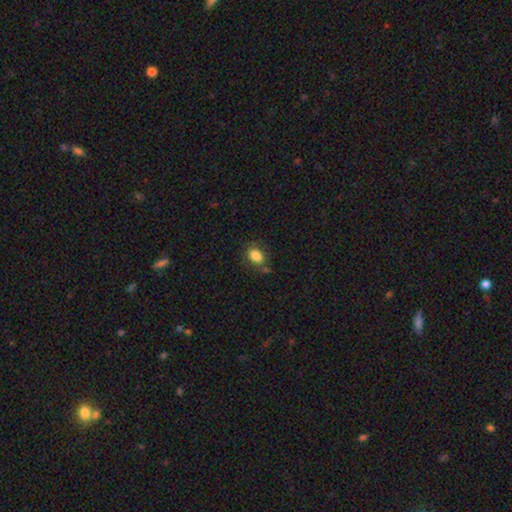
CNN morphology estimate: A smooth galaxy with no disk features (83%) that is in between round and cigar-shaped (75%).

Vote fractions:
- Smooth or featured? smooth: 83% / star or artifact: 9% / featured or disk: 8%
- How rounded? in between: 75% / round: 24% / cigar-shaped: 1%
- Merging? none: 70% / minor disturbance: 17% / merger: 8% / major disturbance: 5%